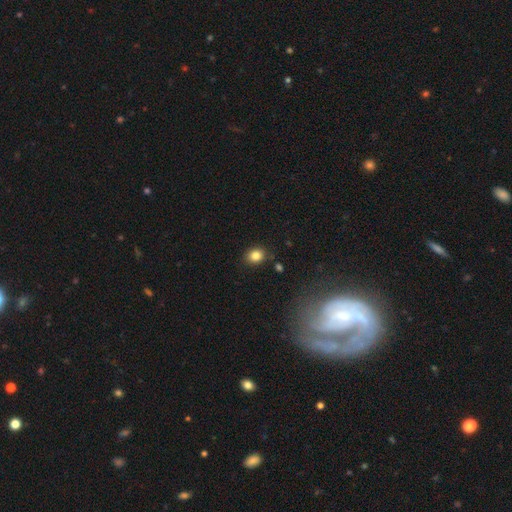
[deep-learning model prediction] The model was most divided on "how rounded": round: 61%, in between: 38%, cigar-shaped: 1%. More confident: merging — none (84%); smooth or featured — smooth (83%).